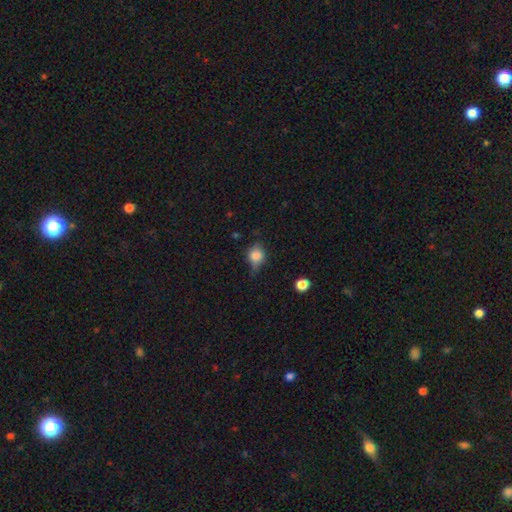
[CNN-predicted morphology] Q: Smooth or featured?
A: smooth (75%); runner-up: featured or disk (14%)
Q: How rounded?
A: round (67%); runner-up: in between (31%)
Q: Merging?
A: none (49%); runner-up: minor disturbance (36%)